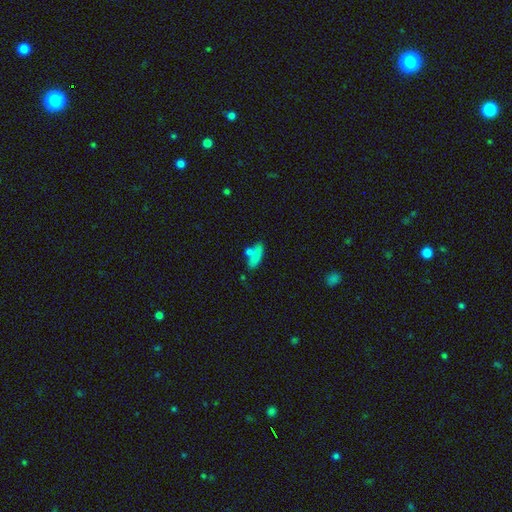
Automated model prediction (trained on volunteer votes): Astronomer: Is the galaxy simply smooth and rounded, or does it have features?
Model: smooth — 77%.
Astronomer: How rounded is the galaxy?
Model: in between — 58% (runner-up: cigar-shaped, 37%).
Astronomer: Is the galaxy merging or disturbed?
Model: none — 58%.